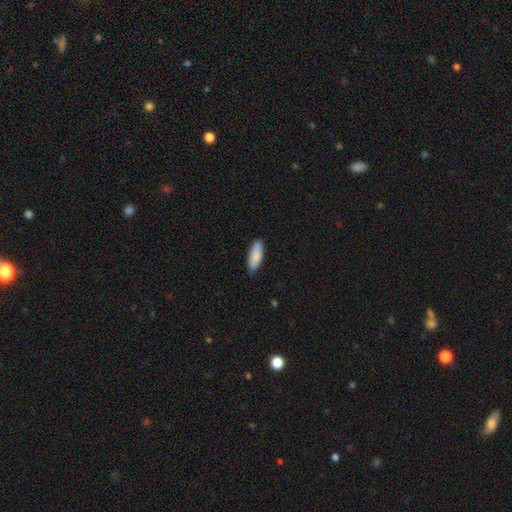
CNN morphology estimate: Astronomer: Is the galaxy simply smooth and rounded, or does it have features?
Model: smooth — 88%.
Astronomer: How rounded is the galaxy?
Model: in between — 63%.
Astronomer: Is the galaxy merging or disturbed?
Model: none — 84%.